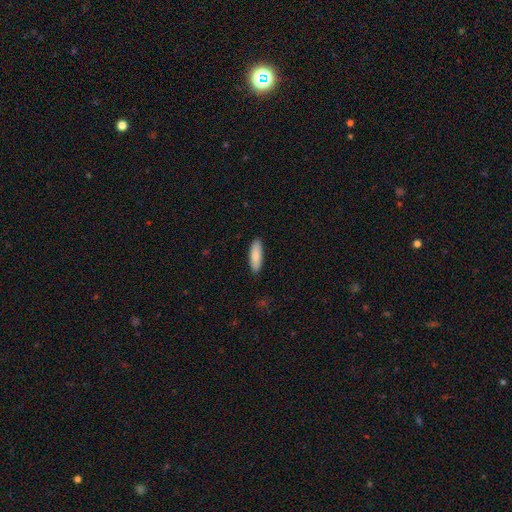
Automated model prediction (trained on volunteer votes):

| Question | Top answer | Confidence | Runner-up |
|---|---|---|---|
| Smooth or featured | smooth | 87% | featured or disk (8%) |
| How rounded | in between | 50% | cigar-shaped (48%) |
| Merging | none | 90% | minor disturbance (7%) |